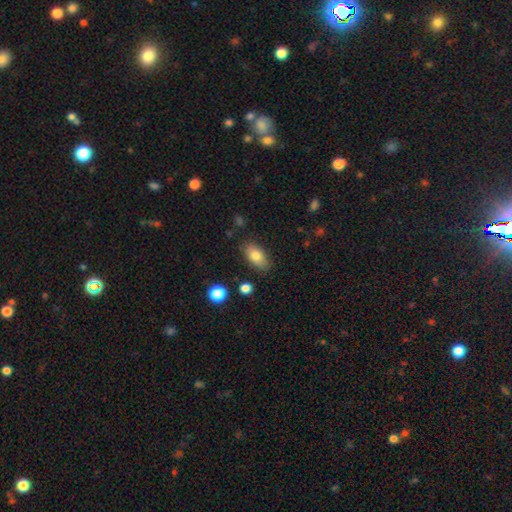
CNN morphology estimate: A smooth galaxy with no disk features (81%) that is in between round and cigar-shaped (90%).

Vote fractions:
- Smooth or featured? smooth: 81% / featured or disk: 12% / star or artifact: 8%
- How rounded? in between: 90% / round: 5% / cigar-shaped: 5%
- Merging? none: 83% / minor disturbance: 12% / major disturbance: 3% / merger: 2%